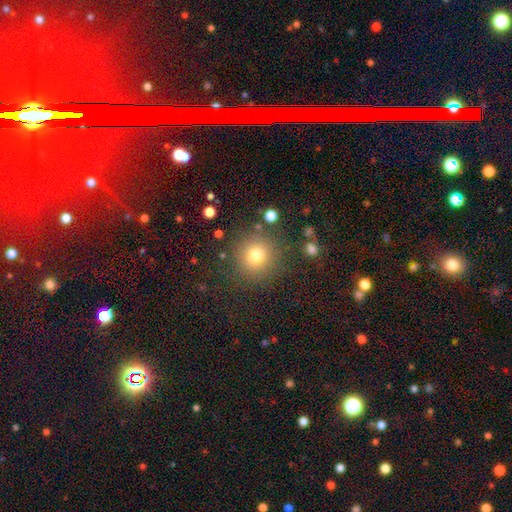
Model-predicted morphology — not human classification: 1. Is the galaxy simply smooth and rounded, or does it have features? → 76% smooth, 15% star or artifact, 9% featured or disk.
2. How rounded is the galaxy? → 93% round, 6% in between, 1% cigar-shaped.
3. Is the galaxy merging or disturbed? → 84% none, 8% minor disturbance, 4% major disturbance, 3% merger.